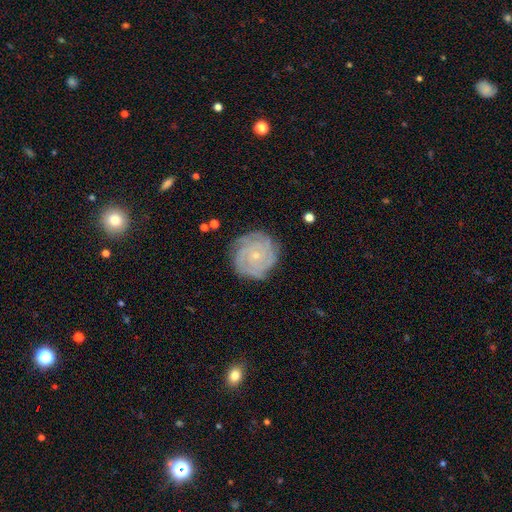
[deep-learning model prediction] Smooth or featured?
  - featured or disk: 82% *
  - smooth: 10%
  - star or artifact: 7%
Edge-on disk?
  - no: 98% *
  - yes: 2%
Bar?
  - no: 82% *
  - weak: 15%
  - strong: 3%
Spiral arms?
  - yes: 97% *
  - no: 3%
Spiral winding?
  - tight: 82% *
  - medium: 15%
  - loose: 3%
Spiral arm count?
  - 4: 26% *
  - can't tell: 24%
  - 3: 21%
  - 2: 11%
  - more than 4: 10%
  - 1: 7%
Bulge size?
  - small: 82% *
  - moderate: 15%
  - none: 2%
  - large: 1%
  - dominant: 1%
Merging?
  - none: 82% *
  - minor disturbance: 13%
  - major disturbance: 4%
  - merger: 1%